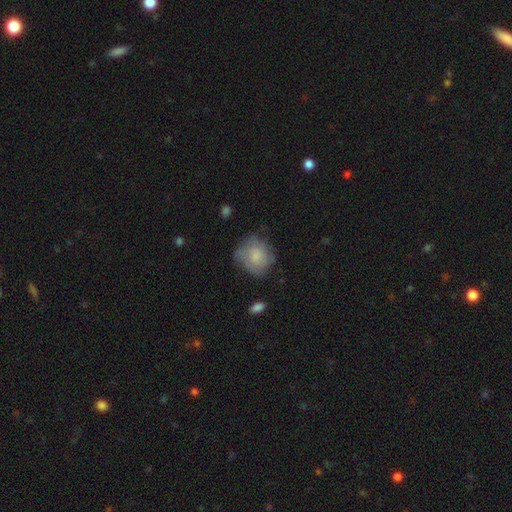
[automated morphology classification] Smooth or featured?
  - smooth: 64% *
  - featured or disk: 28%
  - star or artifact: 8%
How rounded?
  - round: 77% *
  - in between: 22%
  - cigar-shaped: 1%
Merging?
  - none: 56% *
  - minor disturbance: 29%
  - major disturbance: 13%
  - merger: 2%